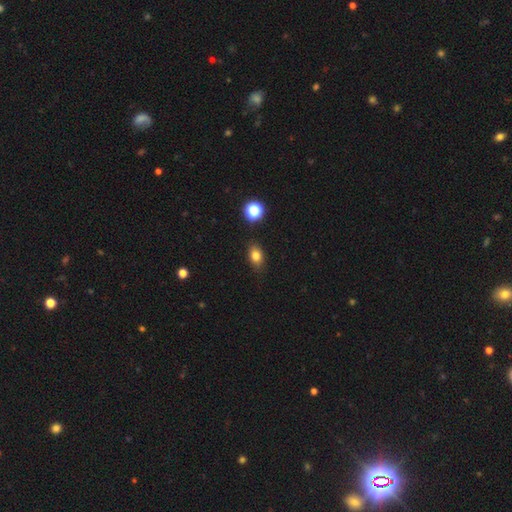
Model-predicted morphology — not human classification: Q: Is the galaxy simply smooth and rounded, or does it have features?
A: smooth — 80%.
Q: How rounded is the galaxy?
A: in between — 77%.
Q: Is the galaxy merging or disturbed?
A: none — 84%.